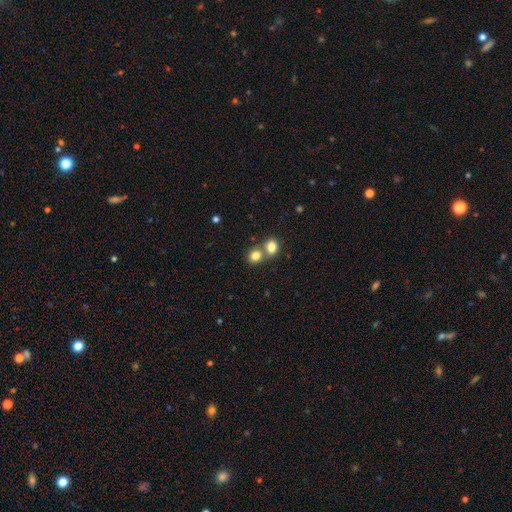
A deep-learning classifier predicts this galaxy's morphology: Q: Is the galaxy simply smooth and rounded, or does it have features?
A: smooth — 81%.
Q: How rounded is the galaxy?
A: round — 66%.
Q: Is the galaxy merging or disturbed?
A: merger — 50%.